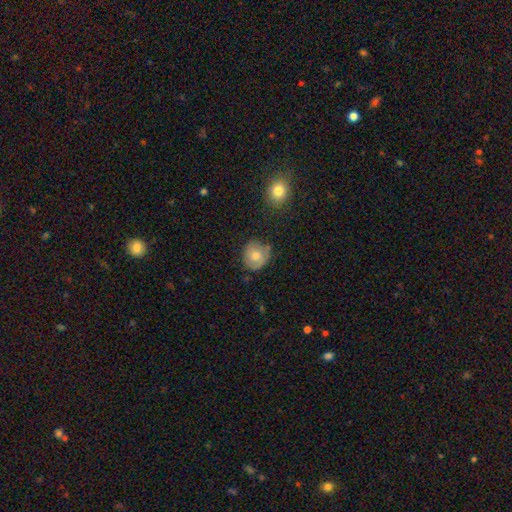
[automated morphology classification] The model was most divided on "smooth or featured": smooth: 70%, featured or disk: 21%, star or artifact: 9%. More confident: how rounded — round (84%); merging — none (75%).